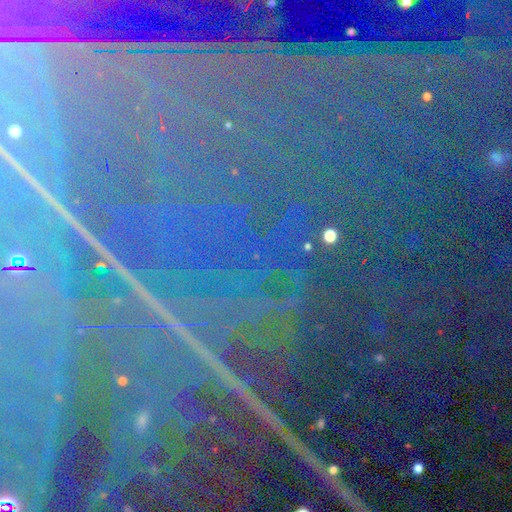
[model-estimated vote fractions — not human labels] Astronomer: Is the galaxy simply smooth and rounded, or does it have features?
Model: star or artifact — 86%.